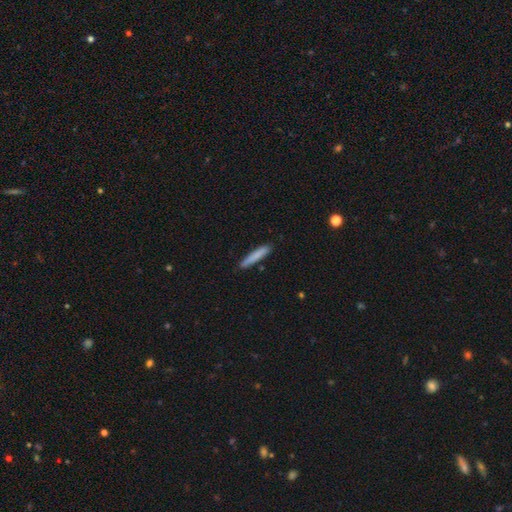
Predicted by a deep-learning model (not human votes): Smooth or featured: smooth — 82% (featured or disk — 12%)
How rounded: cigar-shaped — 94% (in between — 5%)
Merging: none — 88% (minor disturbance — 9%)